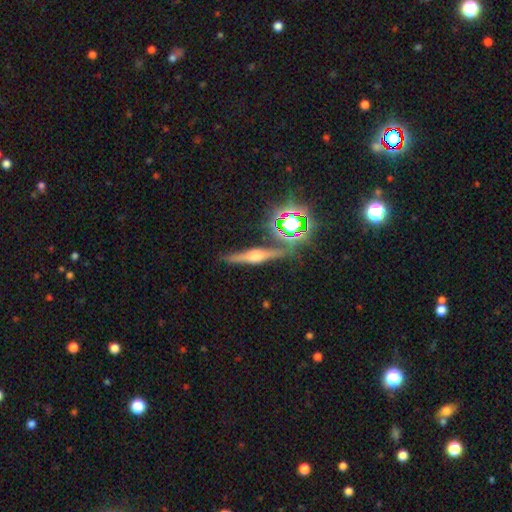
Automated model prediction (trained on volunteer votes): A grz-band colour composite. It shows a featured or disk galaxy (67%) viewed edge-on (95%) with a rounded central bulge (91%). Merging: none (85%).